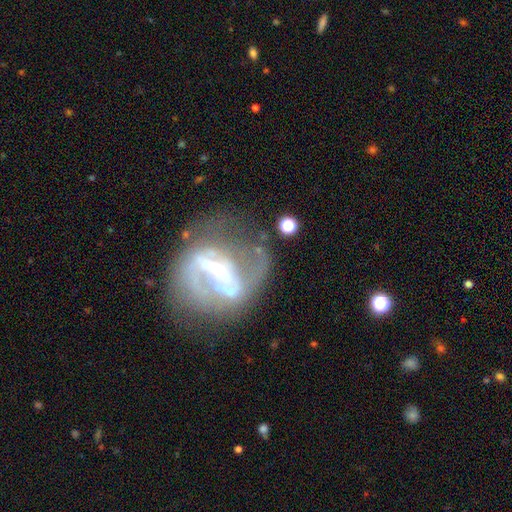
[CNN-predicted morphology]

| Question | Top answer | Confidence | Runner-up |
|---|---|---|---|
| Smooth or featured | featured or disk | 79% | smooth (11%) |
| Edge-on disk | no | 90% | yes (10%) |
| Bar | strong | 69% | weak (21%) |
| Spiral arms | yes | 65% | no (35%) |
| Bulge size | small | 40% | moderate (37%) |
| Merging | none | 52% | major disturbance (23%) |